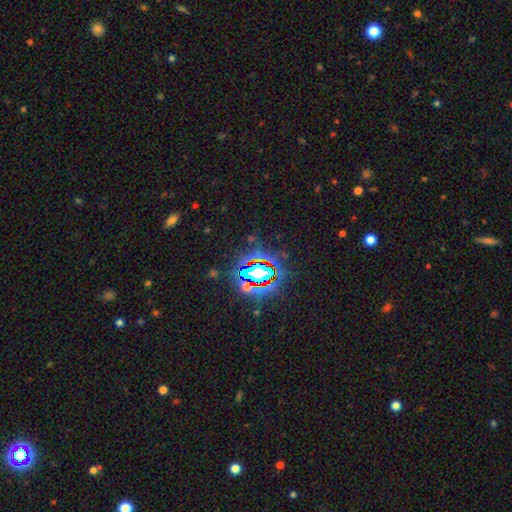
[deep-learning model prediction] A star or artifact, not a galaxy (83%).